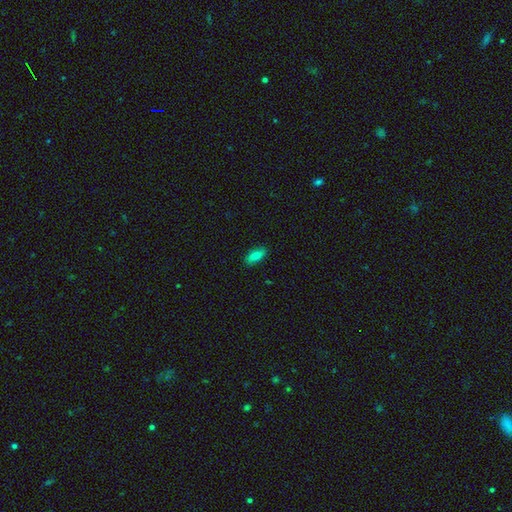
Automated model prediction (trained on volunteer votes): Smooth or featured?
  - smooth: 79% *
  - featured or disk: 14%
  - star or artifact: 8%
How rounded?
  - in between: 77% *
  - cigar-shaped: 20%
  - round: 3%
Merging?
  - none: 88% *
  - minor disturbance: 9%
  - major disturbance: 2%
  - merger: 1%